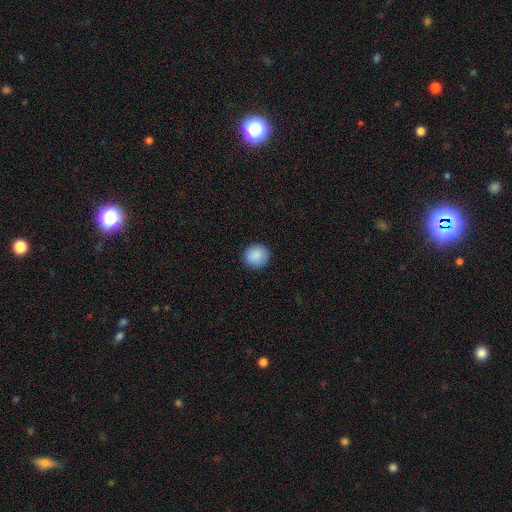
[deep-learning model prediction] Smooth or featured: smooth — 89% (star or artifact — 7%)
How rounded: round — 91% (in between — 8%)
Merging: none — 91% (minor disturbance — 6%)